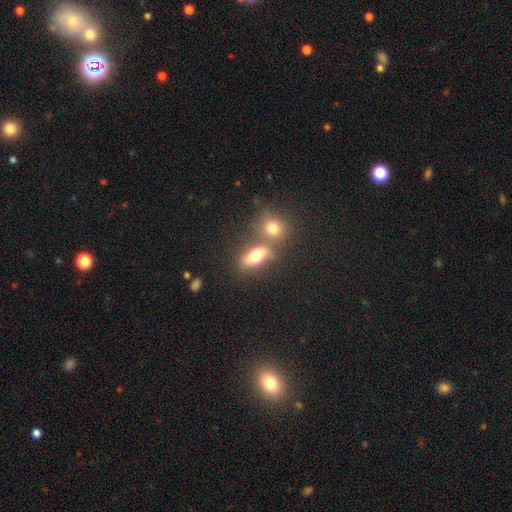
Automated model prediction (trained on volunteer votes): smooth_or_featured: smooth (p=0.75) [alt: featured or disk p=0.15]
how_rounded: in between (p=0.76) [alt: round p=0.13]
merging: none (p=0.47) [alt: merger p=0.38]